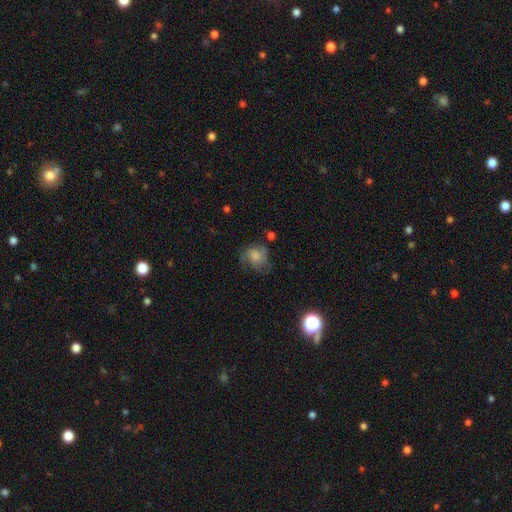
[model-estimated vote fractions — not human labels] The model was most divided on "smooth or featured": smooth: 50%, featured or disk: 40%, star or artifact: 10%. Remaining: merging — none (48%).